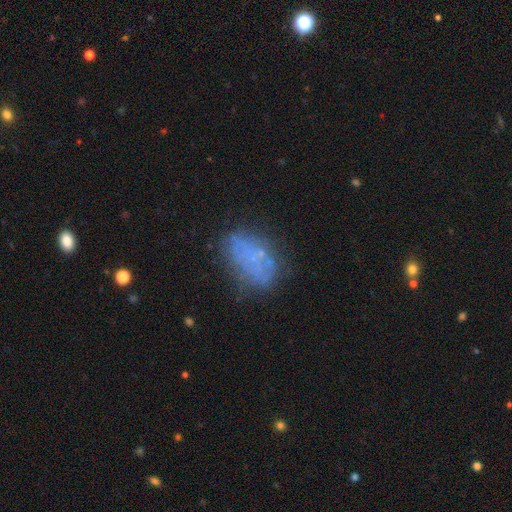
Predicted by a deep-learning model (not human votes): A smooth galaxy with no disk features (47%).

Vote fractions:
- Smooth or featured? smooth: 47% / featured or disk: 34% / star or artifact: 18%
- Merging? none: 59% / minor disturbance: 22% / major disturbance: 15% / merger: 5%